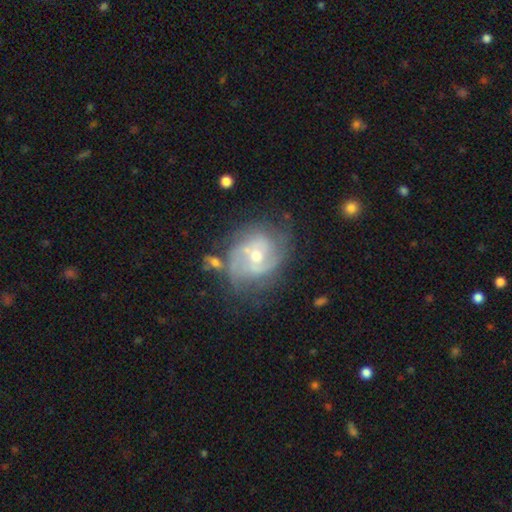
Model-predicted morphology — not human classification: Overall: featured or disk (82%). Edge-on disk: no (97%). Bar: no (58%; weak 34%). Spiral arms: yes (92%). Spiral arm count: 2 (46%; can't tell 24%). Spiral winding: medium (43%; tight 42%). Bulge size: moderate (51%; small 45%). Merging: none (60%; minor disturbance 22%).